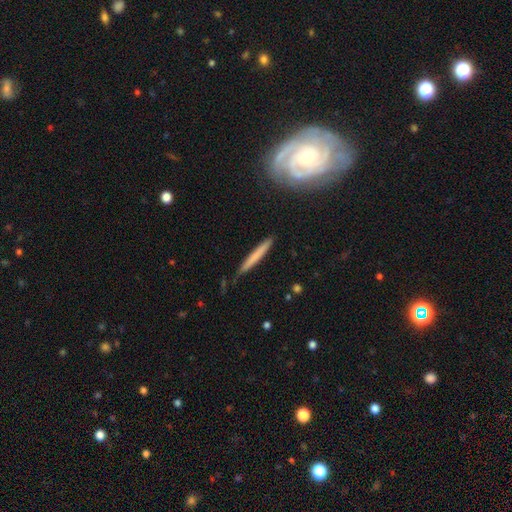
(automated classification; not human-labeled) Smooth or featured? Predicted: smooth (p=0.66). How rounded? Predicted: cigar-shaped (p=0.96). Merging? Predicted: none (p=0.85).